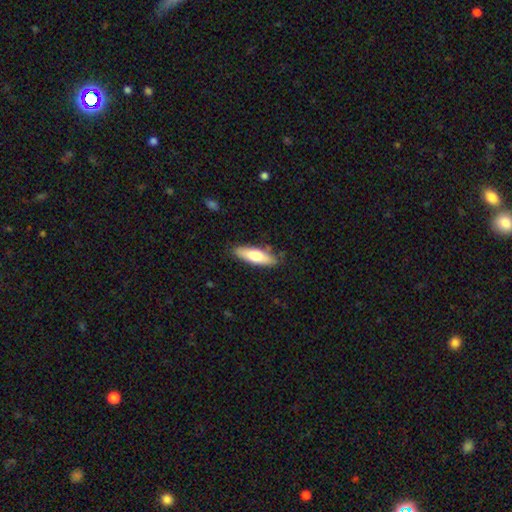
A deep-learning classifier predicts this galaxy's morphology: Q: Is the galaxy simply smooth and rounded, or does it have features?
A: smooth — 71%.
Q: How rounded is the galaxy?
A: cigar-shaped — 53%.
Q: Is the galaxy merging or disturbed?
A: none — 83%.